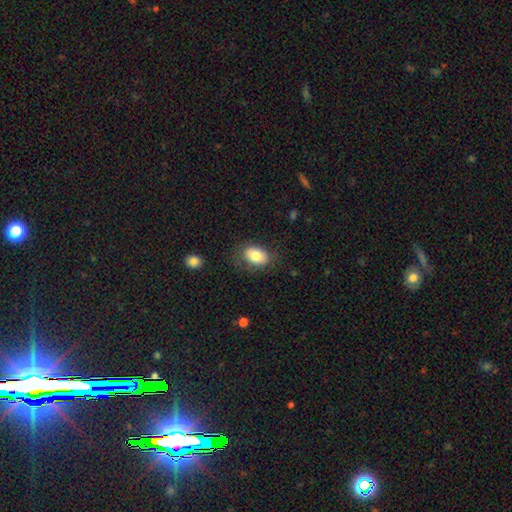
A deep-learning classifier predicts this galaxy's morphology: type=smooth (81%); roundness=in between (83%); merging=none (78%).